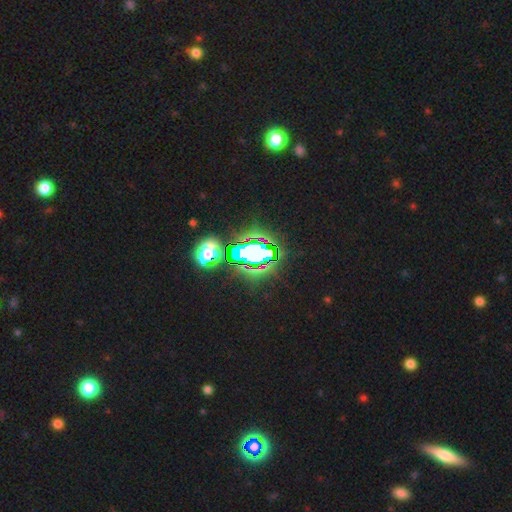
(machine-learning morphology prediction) Smooth or featured?
  - star or artifact: 70% *
  - smooth: 17%
  - featured or disk: 13%